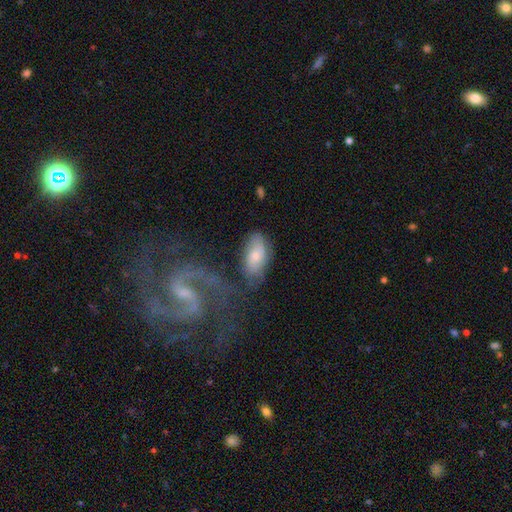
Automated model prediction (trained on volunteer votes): This appears to be a smooth galaxy with no disk features (67%) that is in between round and cigar-shaped (90%). Merging: none (56%).